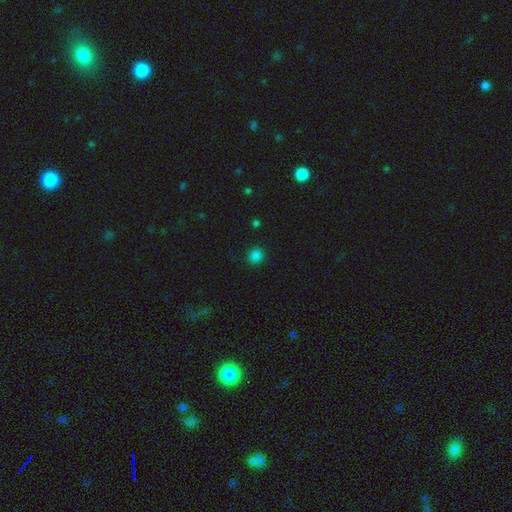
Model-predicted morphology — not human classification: Smooth or featured?
  - smooth: 83% *
  - star or artifact: 14%
  - featured or disk: 3%
How rounded?
  - round: 90% *
  - in between: 9%
  - cigar-shaped: 1%
Merging?
  - none: 90% *
  - minor disturbance: 6%
  - major disturbance: 2%
  - merger: 1%